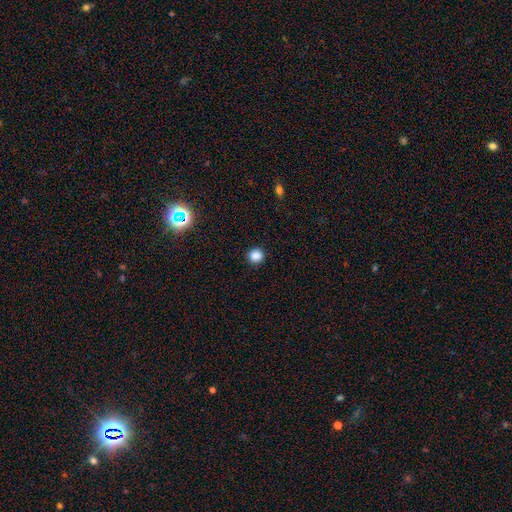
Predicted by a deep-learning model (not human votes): This is clearly a smooth galaxy (86%). How rounded: clearly round (85%). Merging: clearly none (91%).